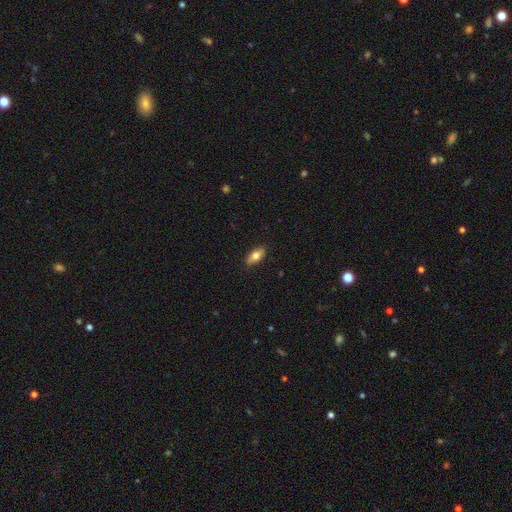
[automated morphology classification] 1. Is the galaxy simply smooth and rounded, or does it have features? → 71% smooth, 22% featured or disk, 6% star or artifact.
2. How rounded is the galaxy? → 83% in between, 13% cigar-shaped, 3% round.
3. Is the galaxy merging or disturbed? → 87% none, 10% minor disturbance, 2% major disturbance, 1% merger.